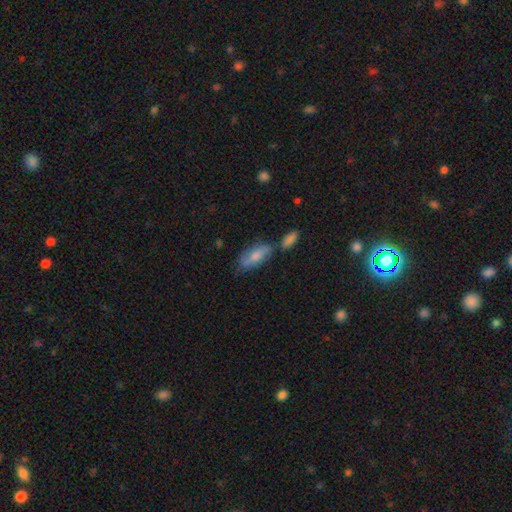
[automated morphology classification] Smooth or featured?
  - smooth: 55% *
  - featured or disk: 36%
  - star or artifact: 9%
How rounded?
  - in between: 75% *
  - cigar-shaped: 22%
  - round: 4%
Merging?
  - none: 57% *
  - merger: 20%
  - minor disturbance: 18%
  - major disturbance: 6%